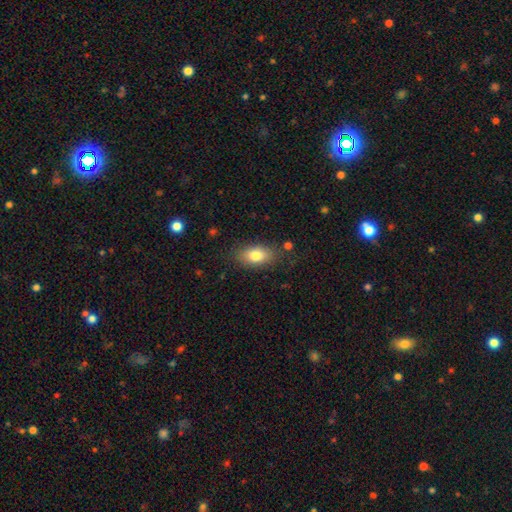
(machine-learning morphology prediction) smooth_or_featured: smooth (p=0.79) [alt: featured or disk p=0.12]
how_rounded: in between (p=0.88) [alt: round p=0.08]
merging: none (p=0.80) [alt: minor disturbance p=0.14]